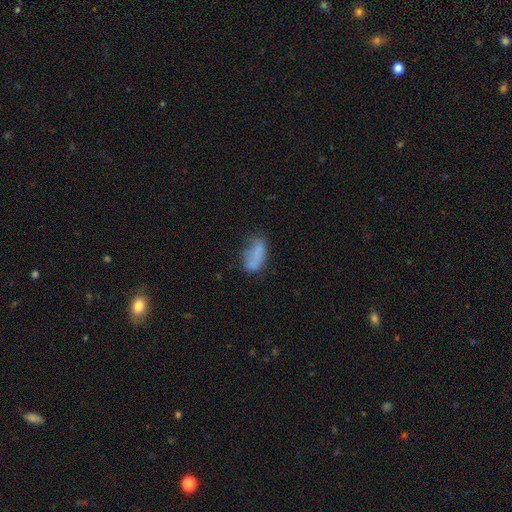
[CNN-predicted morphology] A smooth galaxy with no disk features (70%) that is in between round and cigar-shaped (85%).

Vote fractions:
- Smooth or featured? smooth: 70% / featured or disk: 19% / star or artifact: 10%
- How rounded? in between: 85% / cigar-shaped: 11% / round: 4%
- Merging? none: 41% / minor disturbance: 30% / major disturbance: 19% / merger: 9%